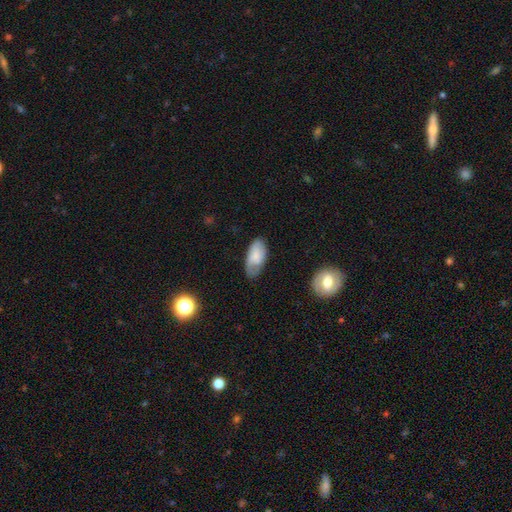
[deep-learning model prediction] Smooth or featured?
  - smooth: 63% *
  - featured or disk: 30%
  - star or artifact: 7%
How rounded?
  - in between: 93% *
  - cigar-shaped: 5%
  - round: 3%
Merging?
  - none: 64% *
  - minor disturbance: 27%
  - major disturbance: 7%
  - merger: 2%